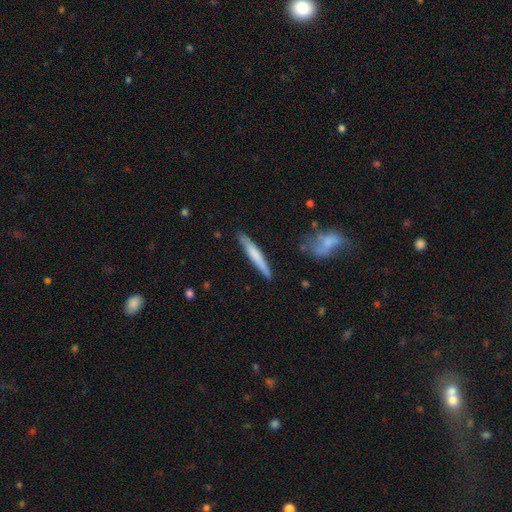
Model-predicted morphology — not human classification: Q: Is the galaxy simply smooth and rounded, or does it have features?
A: smooth — 61%.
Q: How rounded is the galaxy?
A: cigar-shaped — 95%.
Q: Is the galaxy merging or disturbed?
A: none — 84%.